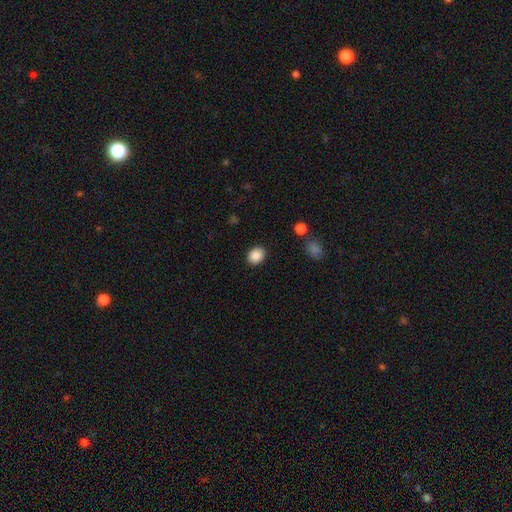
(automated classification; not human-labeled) Smooth or featured?
  - smooth: 88% *
  - star or artifact: 9%
  - featured or disk: 4%
How rounded?
  - round: 51% *
  - in between: 48%
  - cigar-shaped: 1%
Merging?
  - none: 89% *
  - minor disturbance: 7%
  - major disturbance: 2%
  - merger: 1%